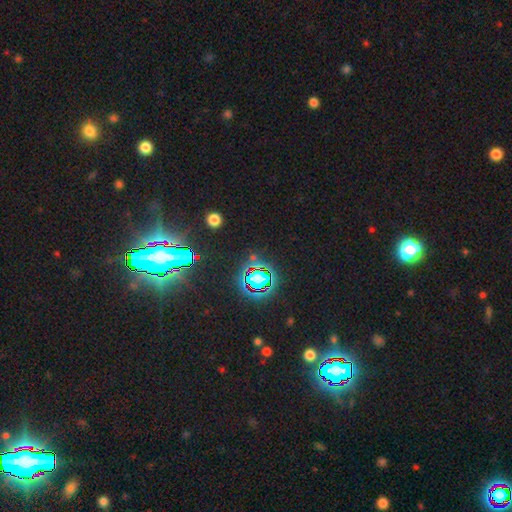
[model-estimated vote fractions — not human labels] A star or artifact, not a galaxy (84%).